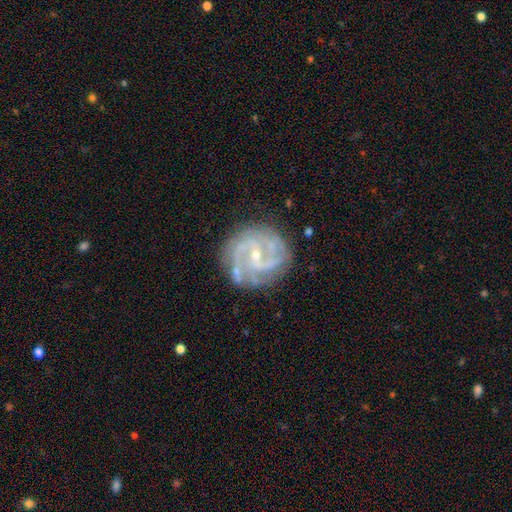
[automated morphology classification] A featured or disk galaxy (89%) with a weak bar (44%), 2 (42%) medium (46%) spiral arms (97%) and a small central bulge (77%).

Vote fractions:
- Smooth or featured? featured or disk: 89% / star or artifact: 6% / smooth: 5%
- Edge-on disk? no: 98% / yes: 2%
- Bar? weak: 44% / no: 36% / strong: 20%
- Spiral arms? yes: 97% / no: 3%
- Spiral winding? medium: 46% / tight: 43% / loose: 11%
- Spiral arm count? 2: 42% / 3: 25% / can't tell: 14% / 4: 10% / more than 4: 5% / 1: 5%
- Bulge size? small: 77% / moderate: 19% / none: 2% / large: 1% / dominant: 1%
- Merging? none: 75% / minor disturbance: 16% / major disturbance: 6% / merger: 2%